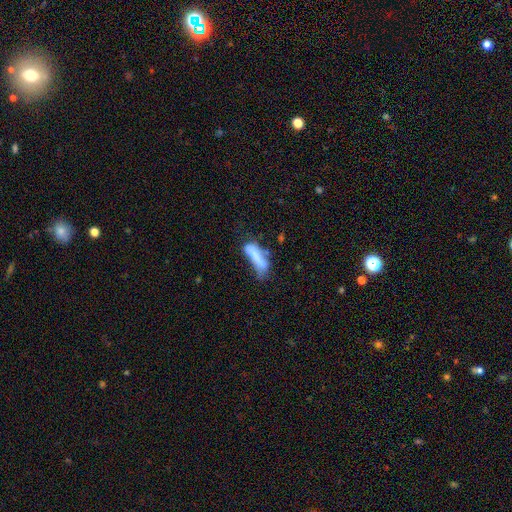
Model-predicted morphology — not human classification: A smooth galaxy with no disk features (72%) that is cigar-shaped (63%). Merging: none (31%).